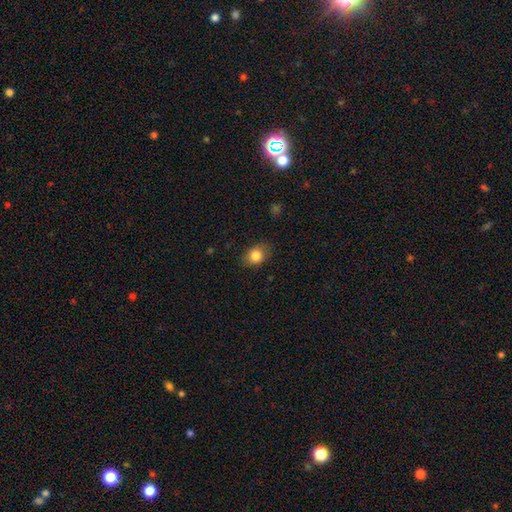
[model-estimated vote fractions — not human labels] Smooth or featured? Predicted: smooth (p=0.83). How rounded? Predicted: in between (p=0.64). Merging? Predicted: none (p=0.80).